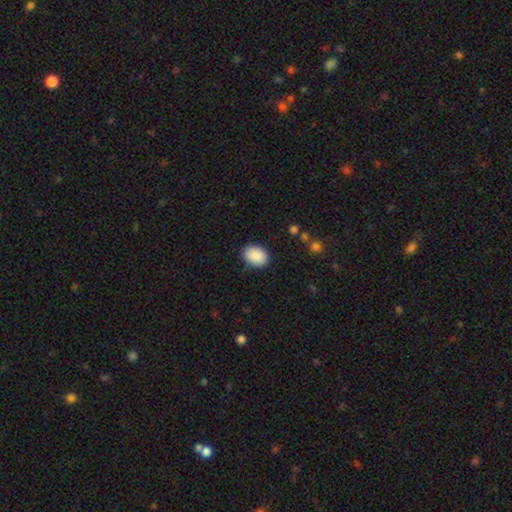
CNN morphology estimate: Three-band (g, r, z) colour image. It shows a smooth galaxy with no disk features (90%) that is in between round and cigar-shaped (75%). Merging: none (88%).